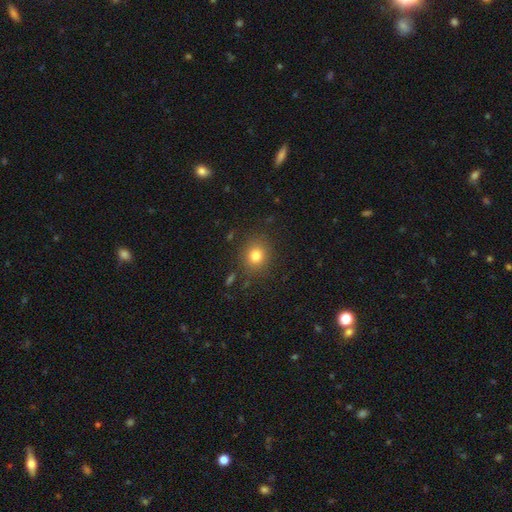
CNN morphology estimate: smooth_or_featured: smooth (p=0.80) [alt: star or artifact p=0.12]
how_rounded: round (p=0.75) [alt: in between p=0.24]
merging: none (p=0.85) [alt: minor disturbance p=0.09]